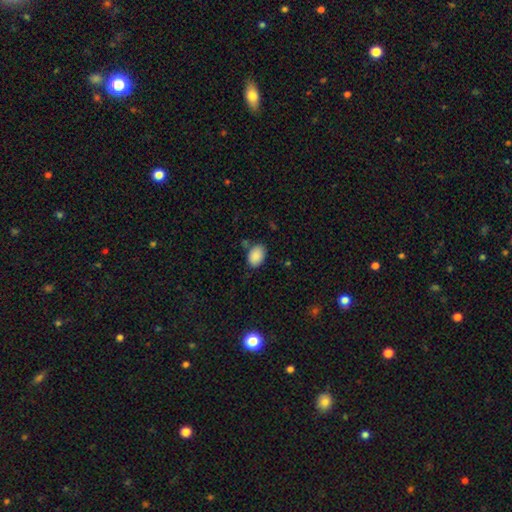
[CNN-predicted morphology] smooth-or-featured: smooth: 89% | star or artifact: 7% | featured or disk: 4%
  how-rounded: in between: 85% | round: 14% | cigar-shaped: 1%
  merging: none: 74% | minor disturbance: 16% | merger: 5% | major disturbance: 4%